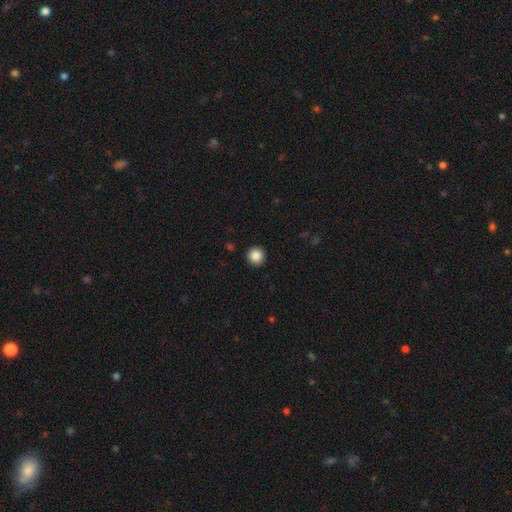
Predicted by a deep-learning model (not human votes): smooth-or-featured: smooth: 87% | star or artifact: 9% | featured or disk: 3%
  how-rounded: round: 95% | in between: 4% | cigar-shaped: 1%
  merging: none: 93% | minor disturbance: 4% | major disturbance: 2% | merger: 1%